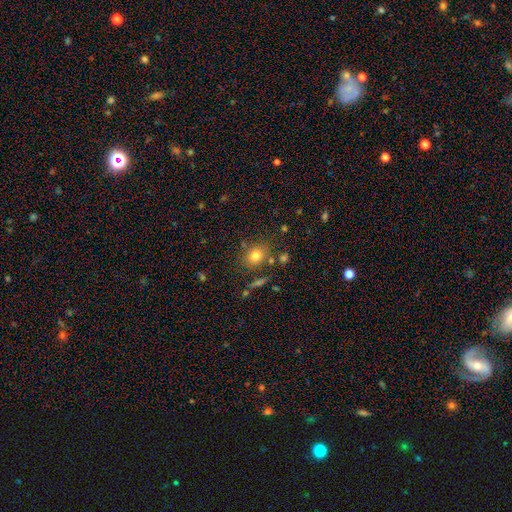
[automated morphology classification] smooth_or_featured: smooth (p=0.77) [alt: star or artifact p=0.13]
how_rounded: round (p=0.56) [alt: in between p=0.43]
merging: none (p=0.75) [alt: minor disturbance p=0.13]